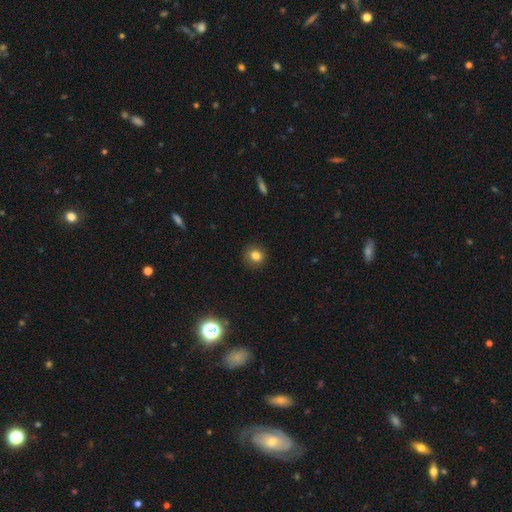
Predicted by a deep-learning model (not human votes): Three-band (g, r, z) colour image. It shows a smooth galaxy with no disk features (82%) that is round (83%). Merging: none (89%).